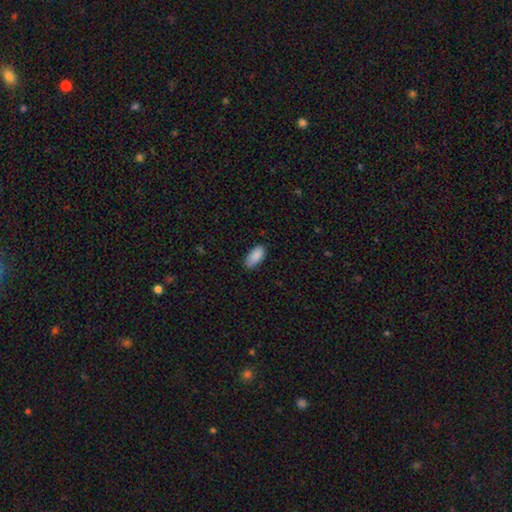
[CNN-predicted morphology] Smooth or featured? Predicted: smooth (p=0.90). How rounded? Predicted: in between (p=0.91). Merging? Predicted: none (p=0.79).